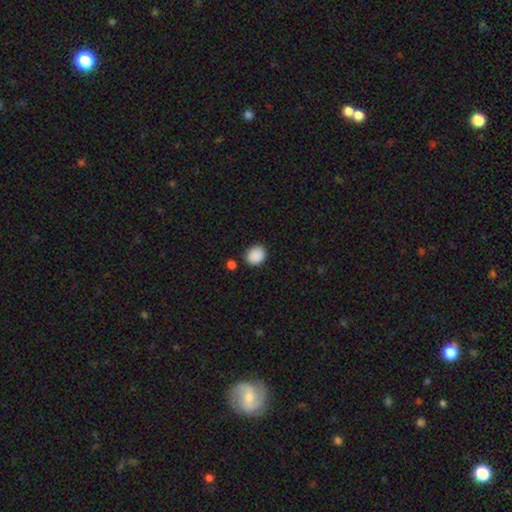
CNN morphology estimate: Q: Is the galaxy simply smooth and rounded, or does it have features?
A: smooth — 89%.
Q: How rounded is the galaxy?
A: round — 67%.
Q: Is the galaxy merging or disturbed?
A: none — 85%.